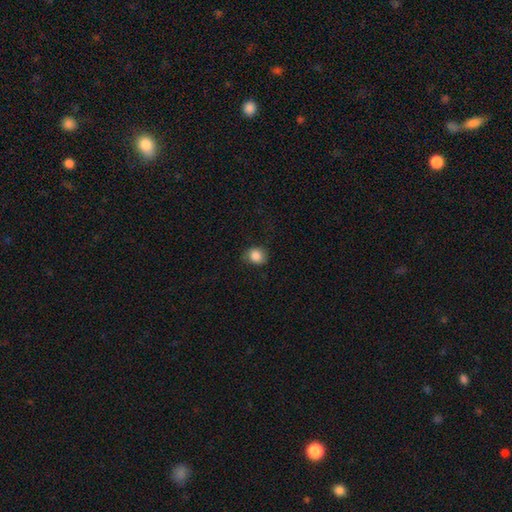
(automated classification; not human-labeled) smooth-or-featured: smooth: 86% | star or artifact: 9% | featured or disk: 6%
  how-rounded: round: 64% | in between: 36% | cigar-shaped: 1%
  merging: none: 70% | minor disturbance: 23% | major disturbance: 6% | merger: 1%